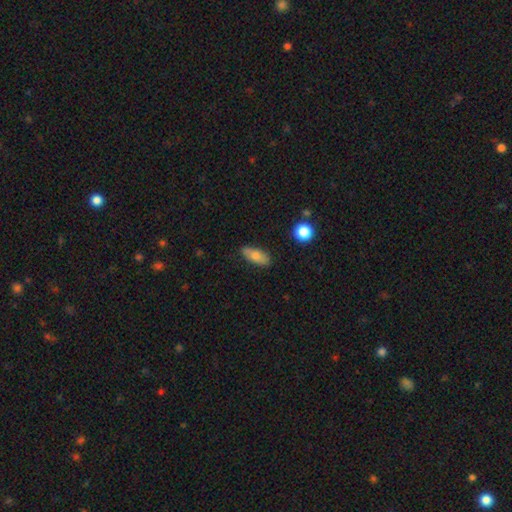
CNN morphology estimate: type=smooth (74%); roundness=in between (80%); merging=none (82%).